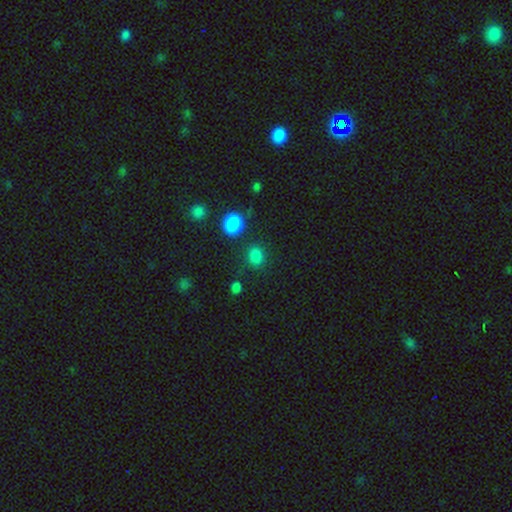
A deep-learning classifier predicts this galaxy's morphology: smooth_or_featured: smooth (p=0.82) [alt: star or artifact p=0.14]
how_rounded: round (p=0.59) [alt: in between p=0.40]
merging: none (p=0.79) [alt: minor disturbance p=0.11]